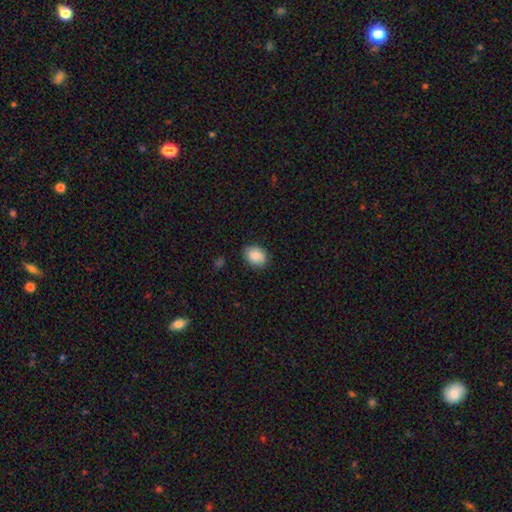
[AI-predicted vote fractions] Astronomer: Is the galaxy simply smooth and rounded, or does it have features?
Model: smooth — 87%.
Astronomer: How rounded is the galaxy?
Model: in between — 69%.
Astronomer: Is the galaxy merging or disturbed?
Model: none — 84%.